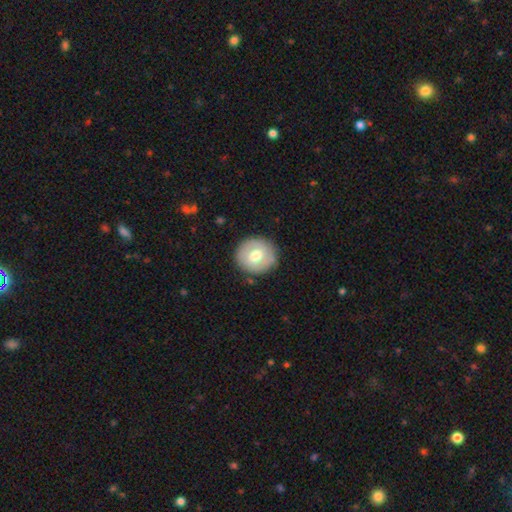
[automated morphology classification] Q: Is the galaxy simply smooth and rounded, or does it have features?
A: smooth — 65%.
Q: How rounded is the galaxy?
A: round — 88%.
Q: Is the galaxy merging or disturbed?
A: none — 86%.